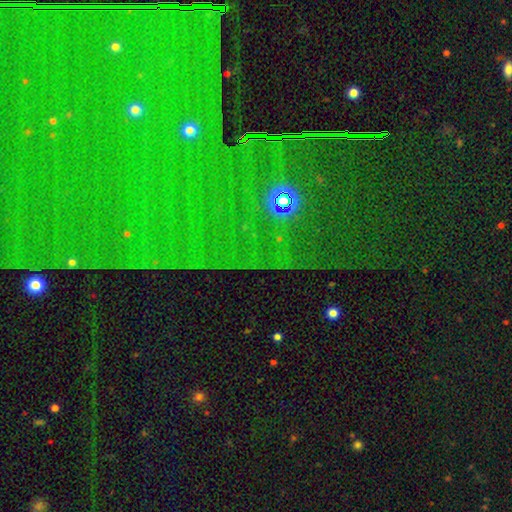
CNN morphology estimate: Smooth or featured?
  - star or artifact: 85% *
  - smooth: 8%
  - featured or disk: 8%